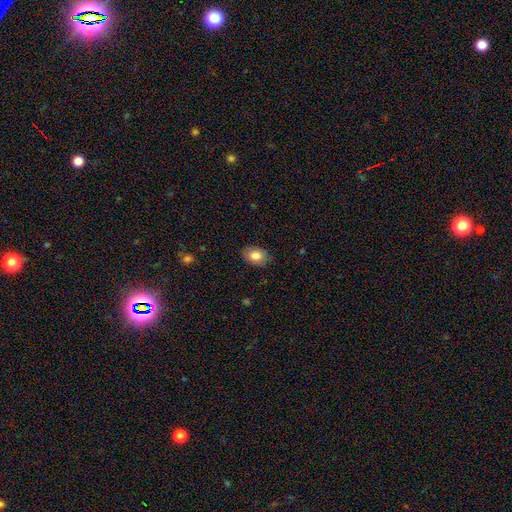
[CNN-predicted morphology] Smooth or featured?
  - smooth: 83% *
  - featured or disk: 9%
  - star or artifact: 8%
How rounded?
  - in between: 77% *
  - round: 22%
  - cigar-shaped: 1%
Merging?
  - none: 85% *
  - minor disturbance: 11%
  - major disturbance: 3%
  - merger: 1%